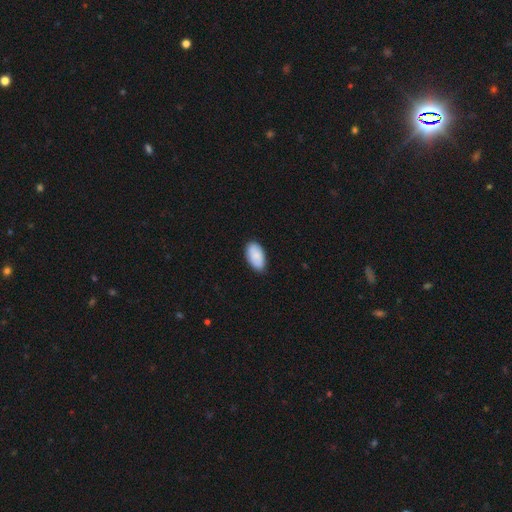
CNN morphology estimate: Smooth or featured?
  - smooth: 84% *
  - featured or disk: 10%
  - star or artifact: 6%
How rounded?
  - in between: 95% *
  - round: 3%
  - cigar-shaped: 2%
Merging?
  - none: 79% *
  - minor disturbance: 17%
  - major disturbance: 2%
  - merger: 1%